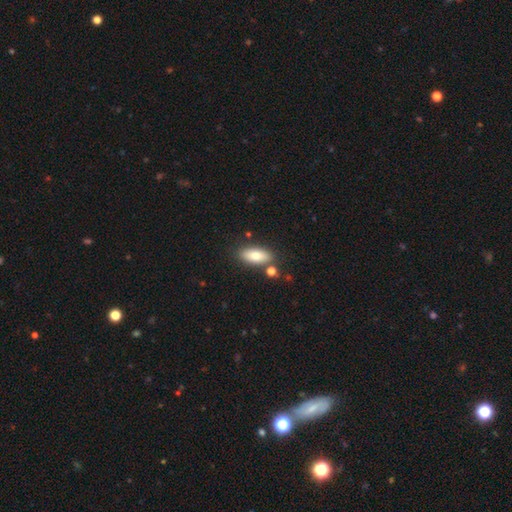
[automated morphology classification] A smooth galaxy with no disk features (76%) that is in between round and cigar-shaped (82%). Merging: none (79%).